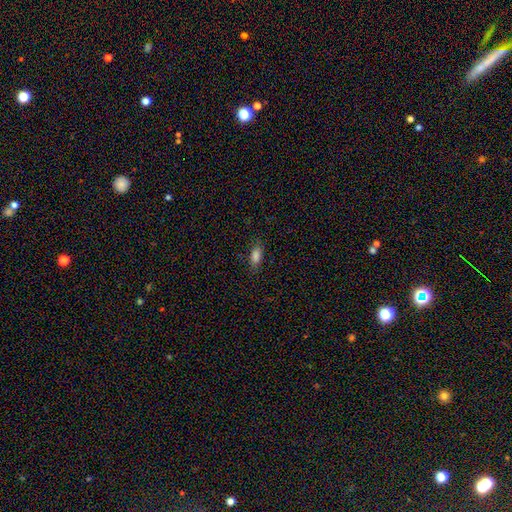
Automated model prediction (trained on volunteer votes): Morphology: type=smooth (84%); roundness=in between (83%); merging=none (83%).